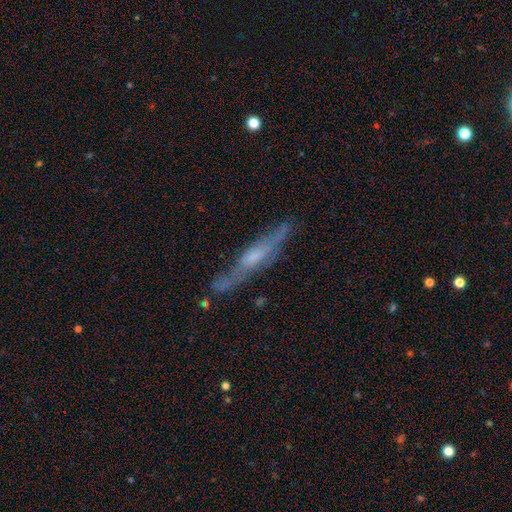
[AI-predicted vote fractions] Smooth or featured? Predicted: featured or disk (p=0.66). Edge-on disk? Predicted: yes (p=0.76). Merging? Predicted: none (p=0.72).